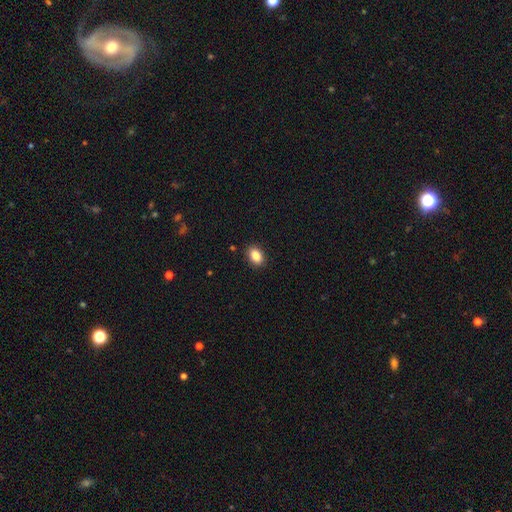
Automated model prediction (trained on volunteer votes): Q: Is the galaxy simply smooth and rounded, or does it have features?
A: smooth — 86%.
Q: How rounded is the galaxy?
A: in between — 79%.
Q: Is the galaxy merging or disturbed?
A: none — 90%.